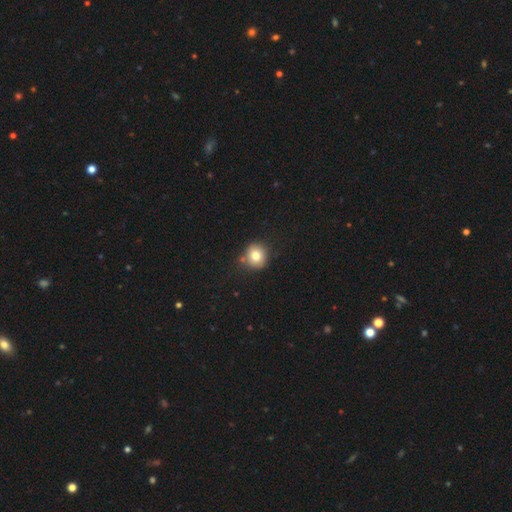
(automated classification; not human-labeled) A smooth galaxy with no disk features (78%) that is round (89%).

Vote fractions:
- Smooth or featured? smooth: 78% / star or artifact: 11% / featured or disk: 11%
- How rounded? round: 89% / in between: 10% / cigar-shaped: 1%
- Merging? none: 78% / minor disturbance: 12% / merger: 7% / major disturbance: 3%